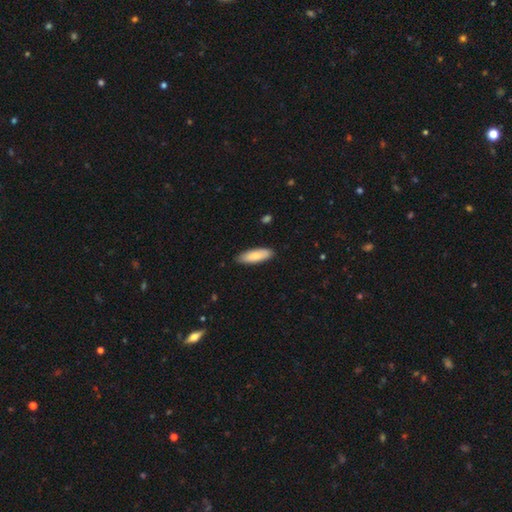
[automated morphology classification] smooth 82%, featured or disk 13%, star or artifact 5%. Down the decision tree: how rounded — in between (60%); merging — none (86%).